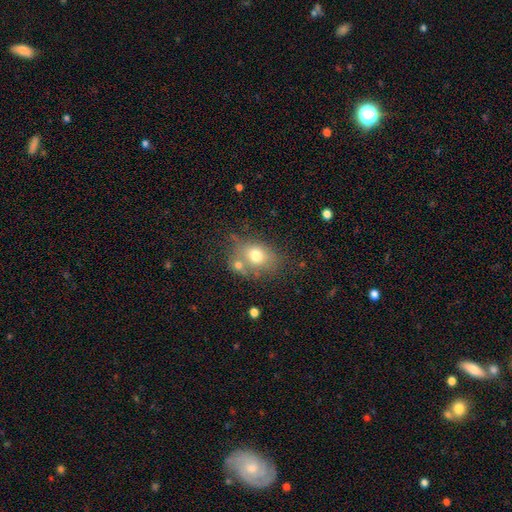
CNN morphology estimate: smooth-or-featured: smooth: 71% | featured or disk: 18% | star or artifact: 11%
  how-rounded: in between: 57% | round: 42% | cigar-shaped: 1%
  merging: none: 53% | merger: 23% | minor disturbance: 17% | major disturbance: 7%